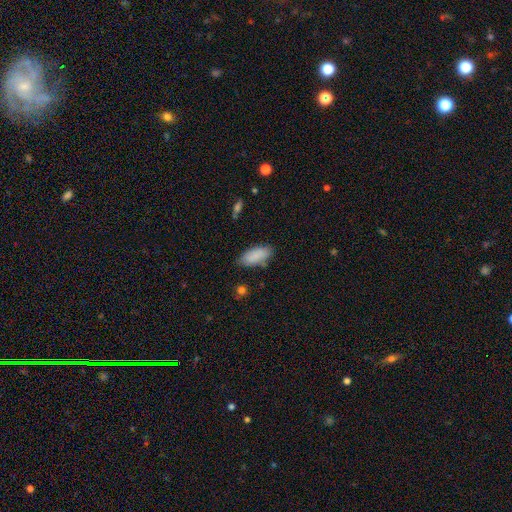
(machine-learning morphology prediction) type=smooth (86%); roundness=in between (88%); merging=none (74%).